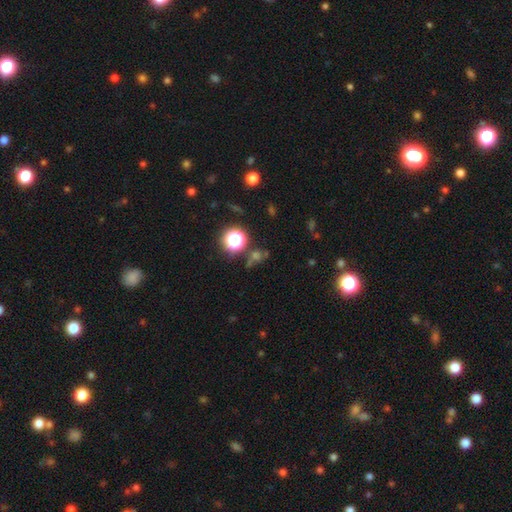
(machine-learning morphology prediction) Q: Smooth or featured?
A: star or artifact (56%); runner-up: smooth (33%)